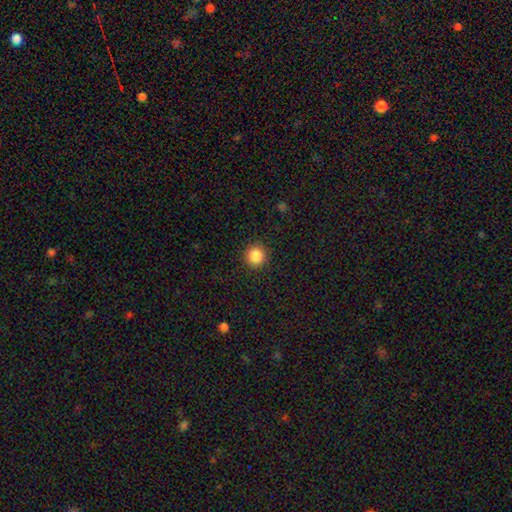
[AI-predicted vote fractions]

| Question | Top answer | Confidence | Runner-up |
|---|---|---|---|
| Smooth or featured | smooth | 87% | star or artifact (10%) |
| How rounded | round | 94% | in between (5%) |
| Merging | none | 91% | minor disturbance (6%) |